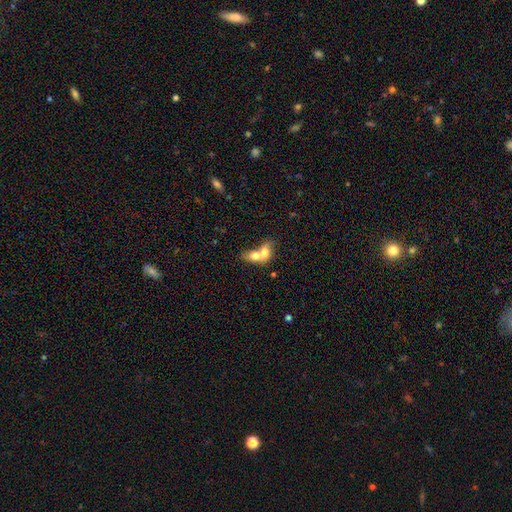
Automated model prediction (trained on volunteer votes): Smooth or featured?
  - smooth: 68% *
  - featured or disk: 25%
  - star or artifact: 8%
How rounded?
  - in between: 67% *
  - round: 29%
  - cigar-shaped: 4%
Merging?
  - merger: 82% *
  - none: 10%
  - minor disturbance: 4%
  - major disturbance: 4%